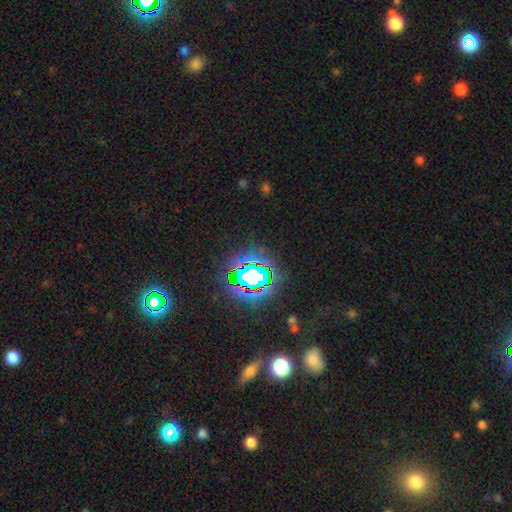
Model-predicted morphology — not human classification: star or artifact 75%, smooth 15%, featured or disk 10%.